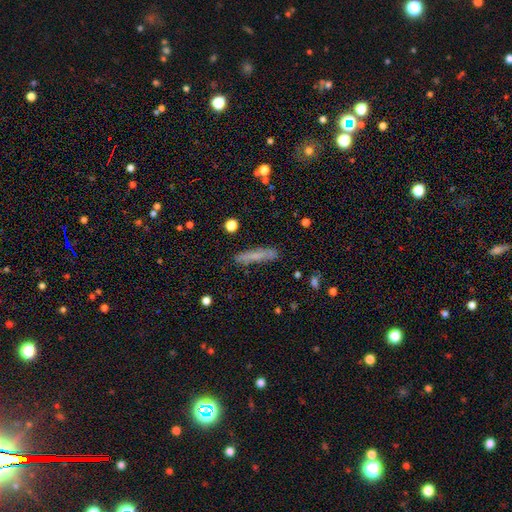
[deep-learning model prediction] Smooth or featured? Predicted: smooth (p=0.68). How rounded? Predicted: cigar-shaped (p=0.92). Merging? Predicted: none (p=0.81).